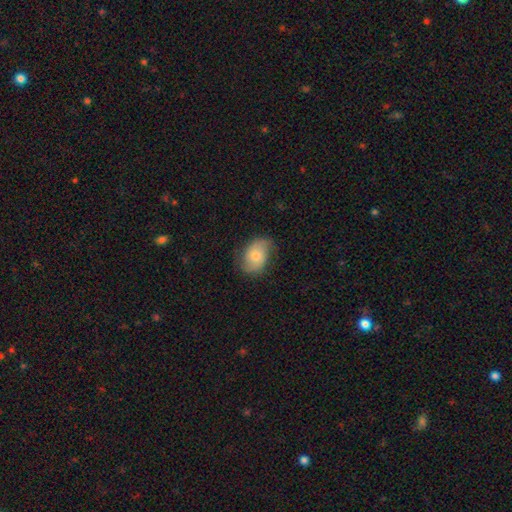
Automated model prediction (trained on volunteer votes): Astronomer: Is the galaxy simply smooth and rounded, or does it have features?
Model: smooth — 55% (runner-up: featured or disk, 37%).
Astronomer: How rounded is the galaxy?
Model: in between — 80%.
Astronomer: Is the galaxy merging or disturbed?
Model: none — 70%.